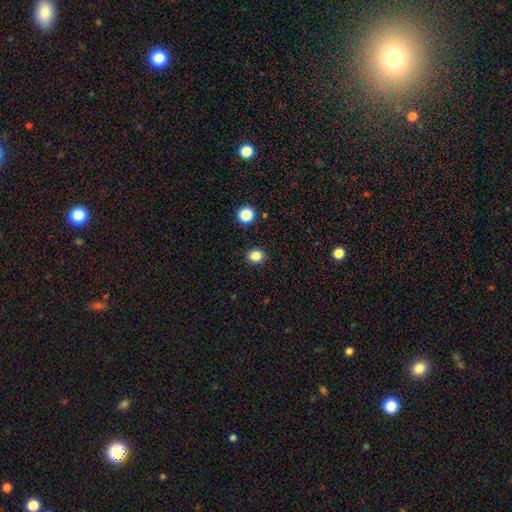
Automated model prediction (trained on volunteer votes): This is clearly a smooth galaxy (83%). How rounded: likely round (67%). Merging: clearly none (89%).